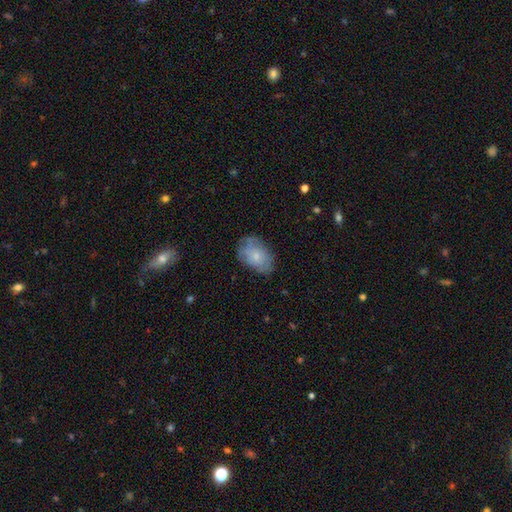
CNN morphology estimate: type=smooth (64%); roundness=in between (88%); merging=none (68%).